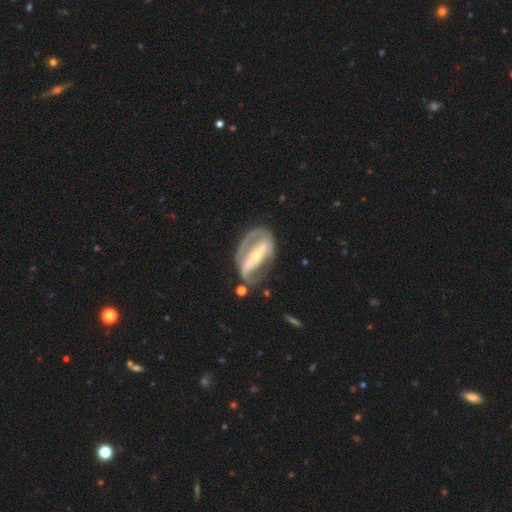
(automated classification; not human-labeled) This appears to be a featured or disk galaxy (84%) with a strong bar (73%), 2 (77%) medium (39%) spiral arms (75%) and a small central bulge (60%). Merging: none (60%).